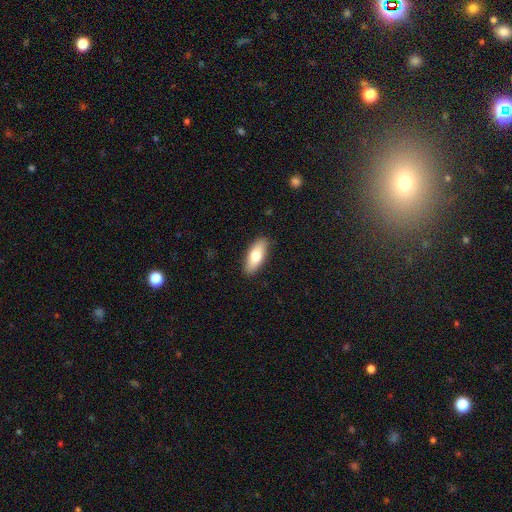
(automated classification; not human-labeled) smooth-or-featured: smooth: 73% | featured or disk: 21% | star or artifact: 6%
  how-rounded: in between: 75% | cigar-shaped: 22% | round: 3%
  merging: none: 88% | minor disturbance: 9% | major disturbance: 2% | merger: 1%